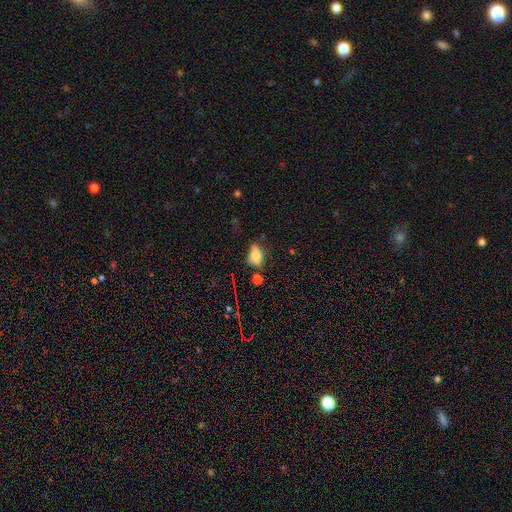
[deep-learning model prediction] The model was most divided on "merging": none: 59%, minor disturbance: 27%, major disturbance: 9%, merger: 6%. More confident: how rounded — in between (84%); smooth or featured — smooth (73%).